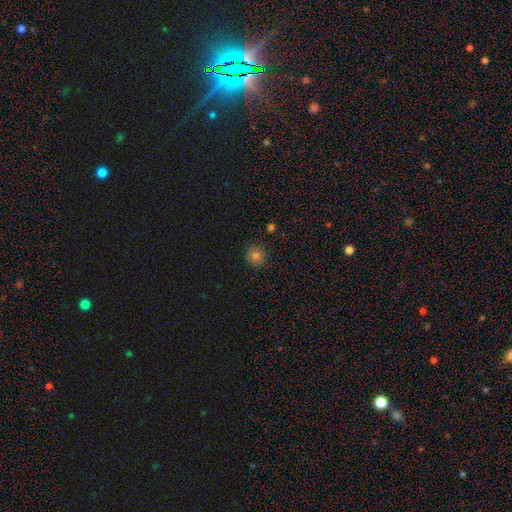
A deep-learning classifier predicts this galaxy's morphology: smooth 77%, star or artifact 16%, featured or disk 7%. Down the decision tree: how rounded — round (94%); merging — none (90%).